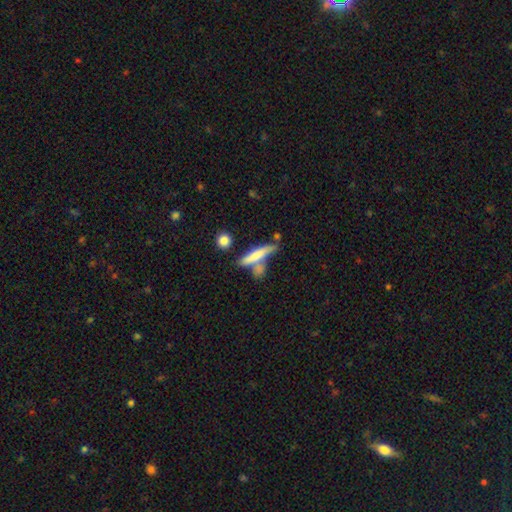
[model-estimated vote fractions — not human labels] Overall: smooth (61%; featured or disk 32%). How rounded: cigar-shaped (86%). Merging: none (53%; merger 24%).